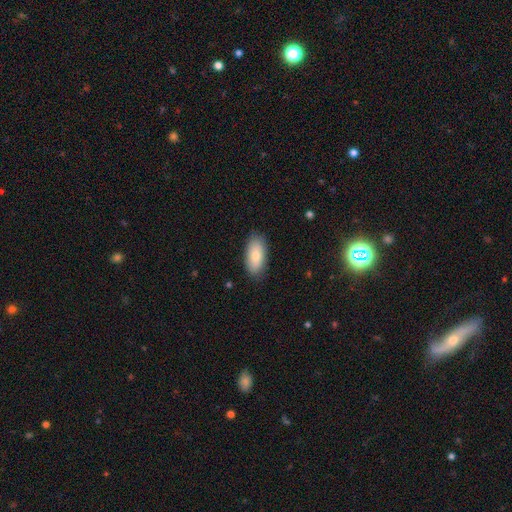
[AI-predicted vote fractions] smooth_or_featured: smooth (p=0.78) [alt: featured or disk p=0.15]
how_rounded: in between (p=0.92) [alt: cigar-shaped p=0.05]
merging: none (p=0.85) [alt: minor disturbance p=0.12]